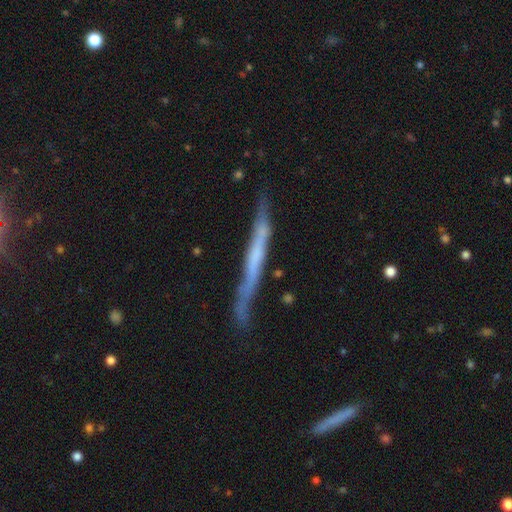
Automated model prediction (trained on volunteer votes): This appears to be a featured or disk galaxy (60%) viewed edge-on (92%) with no central bulge (78%). Merging: none (71%).